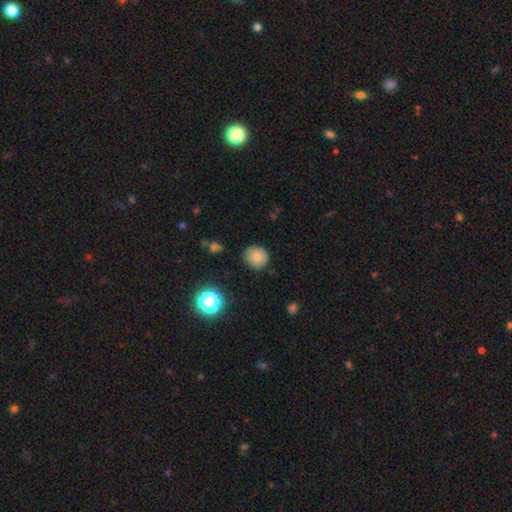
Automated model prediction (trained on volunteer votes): A smooth galaxy with no disk features (81%) that is round (88%).

Vote fractions:
- Smooth or featured? smooth: 81% / star or artifact: 12% / featured or disk: 7%
- How rounded? round: 88% / in between: 11% / cigar-shaped: 1%
- Merging? none: 85% / minor disturbance: 11% / major disturbance: 3% / merger: 1%